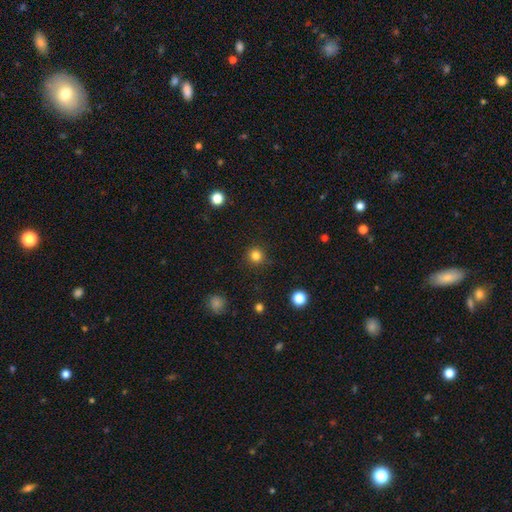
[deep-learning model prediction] smooth-or-featured: smooth: 82% | star or artifact: 13% | featured or disk: 5%
  how-rounded: round: 94% | in between: 5% | cigar-shaped: 1%
  merging: none: 89% | minor disturbance: 7% | major disturbance: 2% | merger: 1%